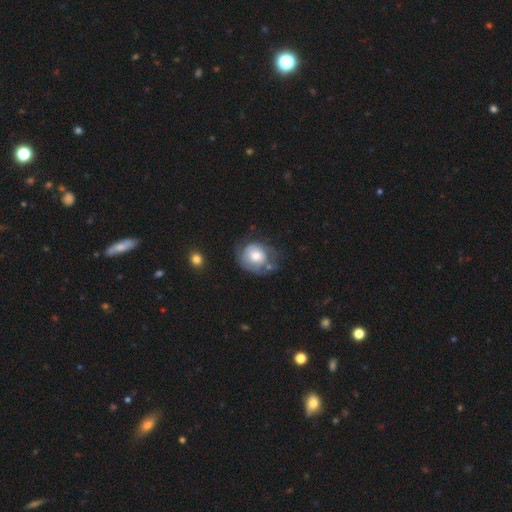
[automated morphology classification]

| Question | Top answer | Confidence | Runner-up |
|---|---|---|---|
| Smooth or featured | smooth | 55% | featured or disk (37%) |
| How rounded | round | 71% | in between (28%) |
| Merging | none | 44% | minor disturbance (31%) |